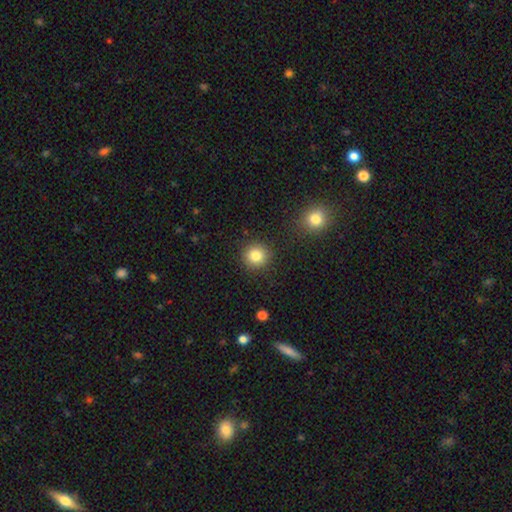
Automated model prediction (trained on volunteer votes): Overall: smooth (83%). How rounded: round (93%). Merging: none (89%).